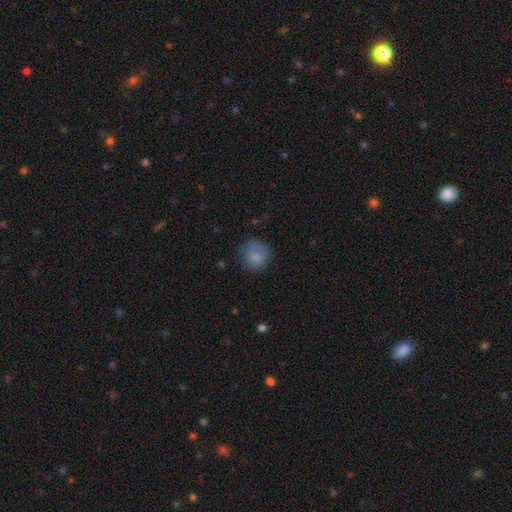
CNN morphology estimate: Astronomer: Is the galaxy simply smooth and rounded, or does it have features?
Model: smooth — 76%.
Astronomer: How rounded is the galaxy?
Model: round — 81%.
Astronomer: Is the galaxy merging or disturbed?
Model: none — 56%.